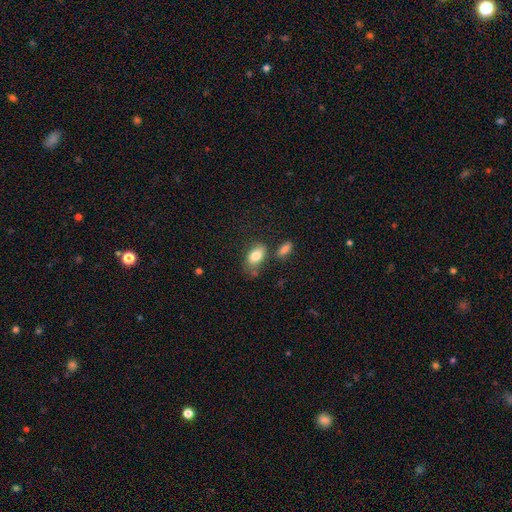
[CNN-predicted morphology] This is clearly a smooth galaxy (81%). How rounded: clearly in between (89%). Merging: possibly none (56%).